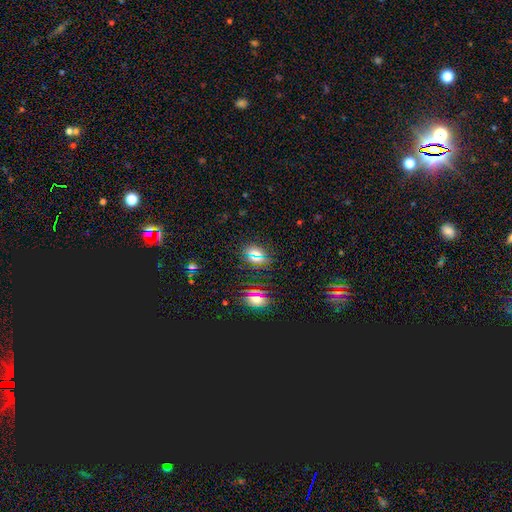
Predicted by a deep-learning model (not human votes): Smooth or featured?
  - star or artifact: 51% *
  - smooth: 40%
  - featured or disk: 9%